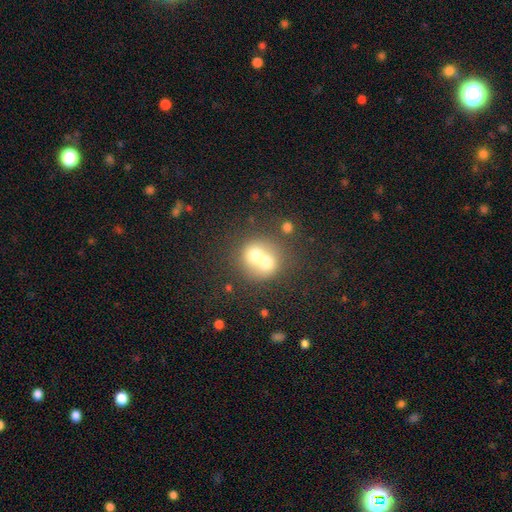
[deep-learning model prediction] Smooth or featured?
  - smooth: 66% *
  - featured or disk: 24%
  - star or artifact: 10%
How rounded?
  - round: 78% *
  - in between: 21%
  - cigar-shaped: 1%
Merging?
  - merger: 67% *
  - none: 24%
  - minor disturbance: 5%
  - major disturbance: 3%